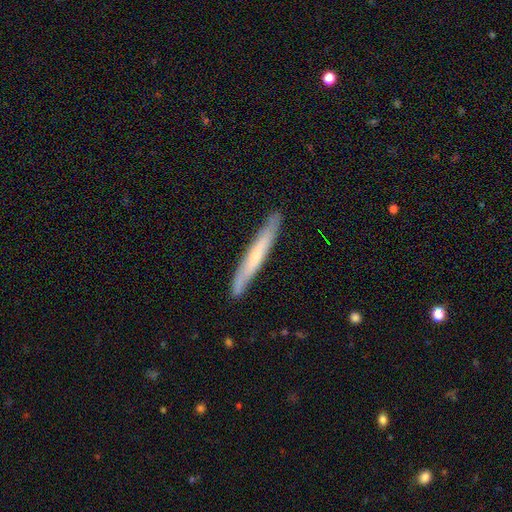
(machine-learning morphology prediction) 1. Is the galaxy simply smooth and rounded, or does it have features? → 52% featured or disk, 43% smooth, 5% star or artifact.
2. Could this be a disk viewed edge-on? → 85% yes, 15% no.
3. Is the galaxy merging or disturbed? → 87% none, 10% minor disturbance, 2% major disturbance, 1% merger.